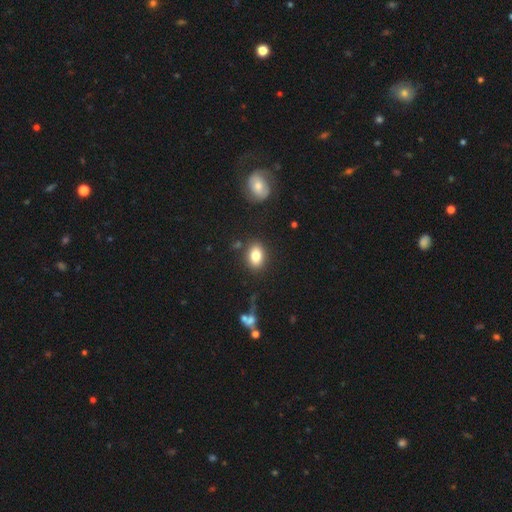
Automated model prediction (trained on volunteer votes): Morphology: type=smooth (81%); roundness=in between (77%); merging=none (84%).